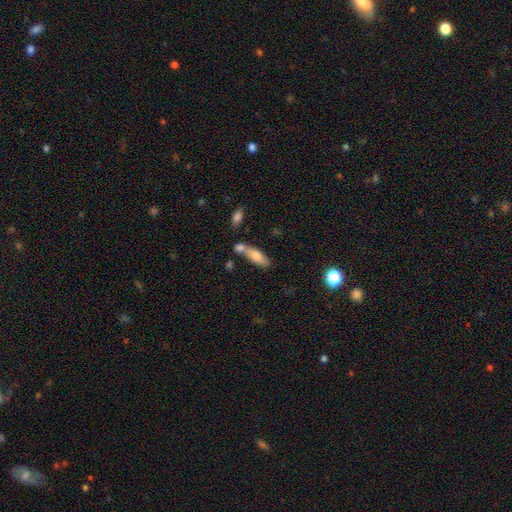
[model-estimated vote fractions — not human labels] Smooth or featured?
  - smooth: 75% *
  - featured or disk: 18%
  - star or artifact: 7%
How rounded?
  - in between: 62% *
  - cigar-shaped: 35%
  - round: 2%
Merging?
  - none: 51% *
  - merger: 30%
  - minor disturbance: 14%
  - major disturbance: 5%